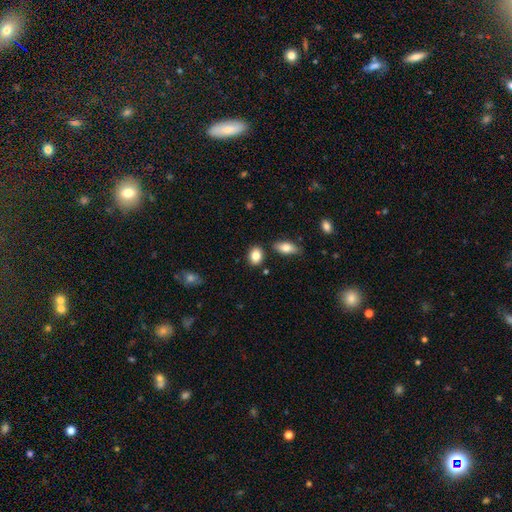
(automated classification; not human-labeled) This appears to be a smooth galaxy with no disk features (85%) that is in between round and cigar-shaped (70%). Merging: none (81%).